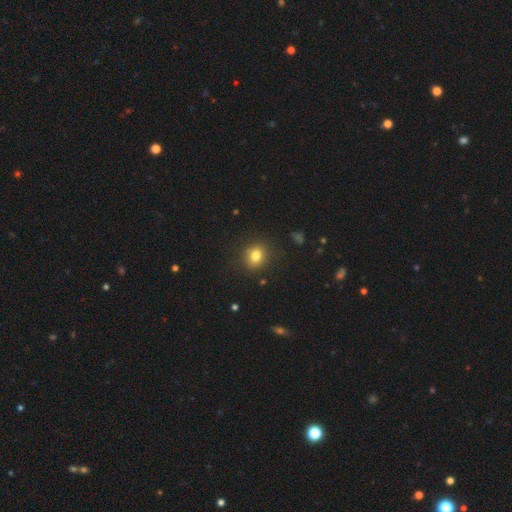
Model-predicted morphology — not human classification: Smooth or featured: smooth — 80% (star or artifact — 13%)
How rounded: round — 70% (in between — 29%)
Merging: none — 86% (minor disturbance — 10%)